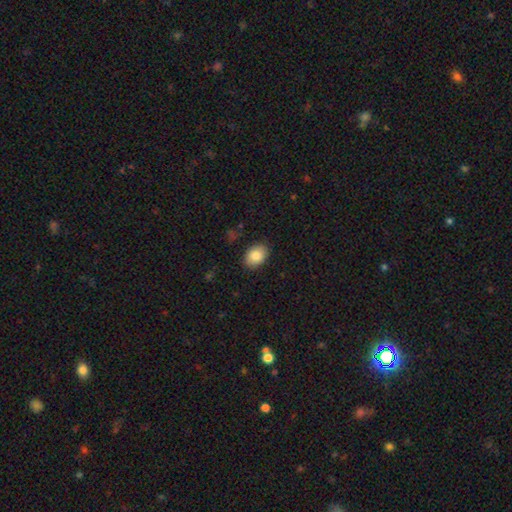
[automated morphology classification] The model was most divided on "how rounded": in between: 77%, round: 22%, cigar-shaped: 1%. More confident: merging — none (88%); smooth or featured — smooth (85%).